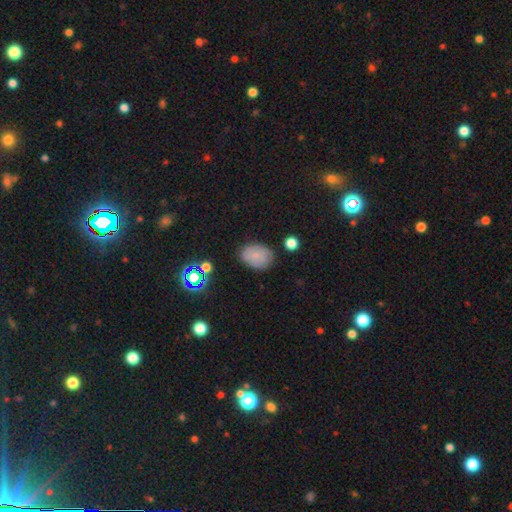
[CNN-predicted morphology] This is likely a smooth galaxy (71%). How rounded: likely in between (68%). Merging: likely none (76%).